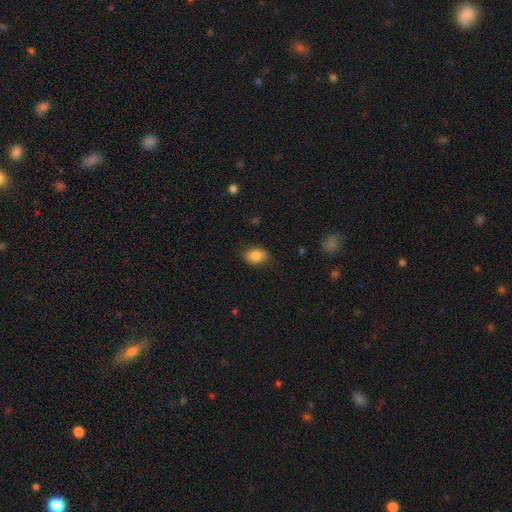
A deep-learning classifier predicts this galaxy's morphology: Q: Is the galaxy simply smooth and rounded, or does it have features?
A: smooth — 85%.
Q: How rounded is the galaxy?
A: in between — 79%.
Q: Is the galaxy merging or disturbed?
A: none — 81%.